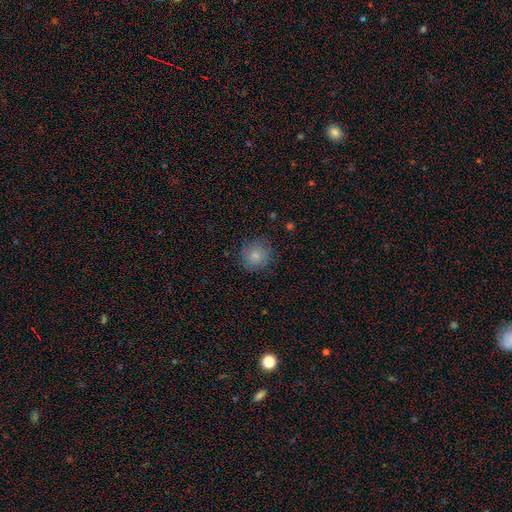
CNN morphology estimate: This appears to be a smooth galaxy with no disk features (83%) that is round (91%). Merging: none (83%).